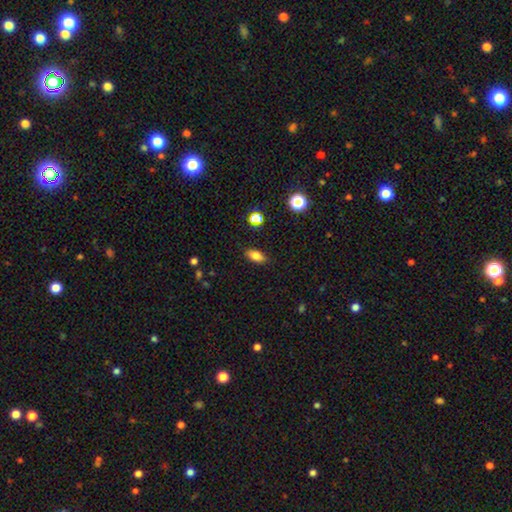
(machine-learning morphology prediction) Q: Smooth or featured?
A: smooth (80%); runner-up: star or artifact (11%)
Q: How rounded?
A: in between (83%); runner-up: cigar-shaped (10%)
Q: Merging?
A: none (87%); runner-up: minor disturbance (10%)